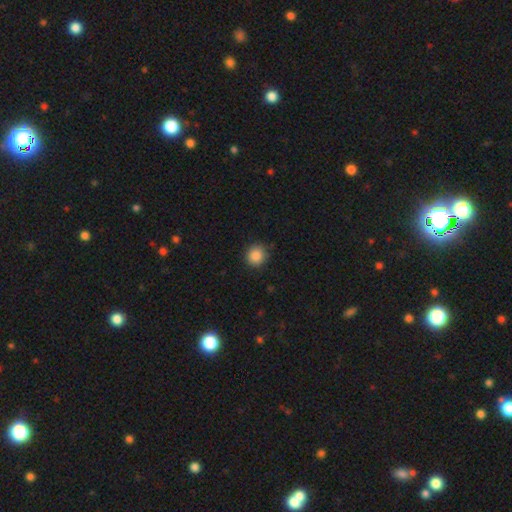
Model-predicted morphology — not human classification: The model was most divided on "smooth or featured": smooth: 87%, star or artifact: 10%, featured or disk: 4%. More confident: how rounded — round (89%); merging — none (88%).